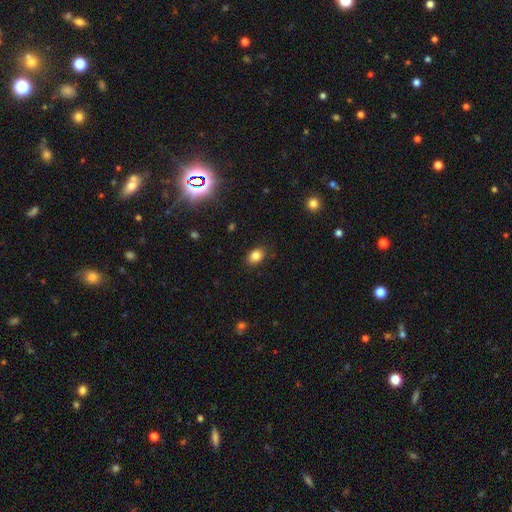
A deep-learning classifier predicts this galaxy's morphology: Smooth or featured? Predicted: smooth (p=0.84). How rounded? Predicted: in between (p=0.72). Merging? Predicted: none (p=0.86).